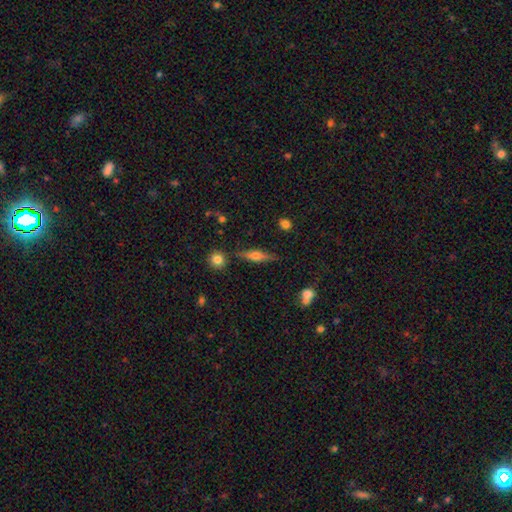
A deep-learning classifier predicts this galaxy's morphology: Smooth or featured?
  - featured or disk: 52% *
  - smooth: 40%
  - star or artifact: 8%
Edge-on disk?
  - yes: 93% *
  - no: 7%
Merging?
  - none: 82% *
  - minor disturbance: 12%
  - merger: 4%
  - major disturbance: 3%